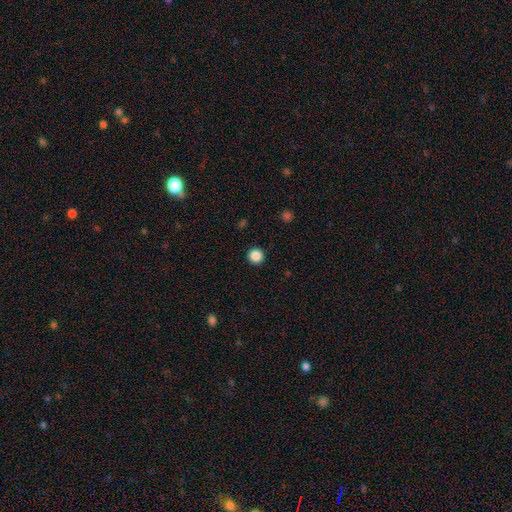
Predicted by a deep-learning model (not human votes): This appears to be a smooth galaxy with no disk features (87%) that is round (96%). Merging: none (93%).